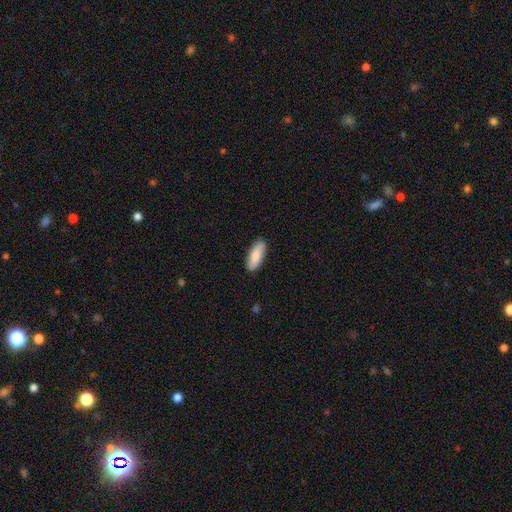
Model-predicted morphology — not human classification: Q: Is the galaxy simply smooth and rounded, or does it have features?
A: smooth — 84%.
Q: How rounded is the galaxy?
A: in between — 68%.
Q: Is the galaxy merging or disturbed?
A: none — 89%.